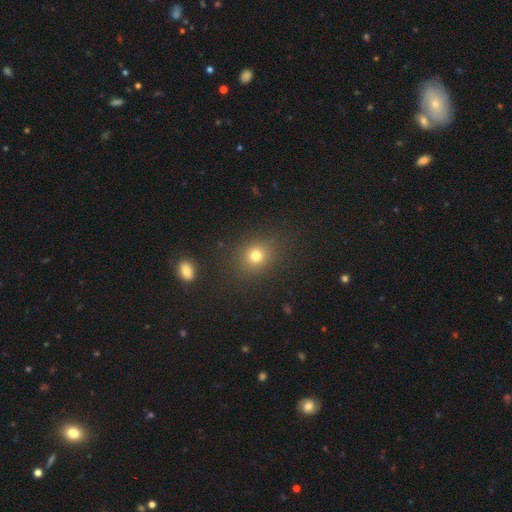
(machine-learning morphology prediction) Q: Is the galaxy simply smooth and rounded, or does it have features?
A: smooth — 76%.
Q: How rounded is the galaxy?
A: round — 72%.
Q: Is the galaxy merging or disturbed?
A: none — 84%.